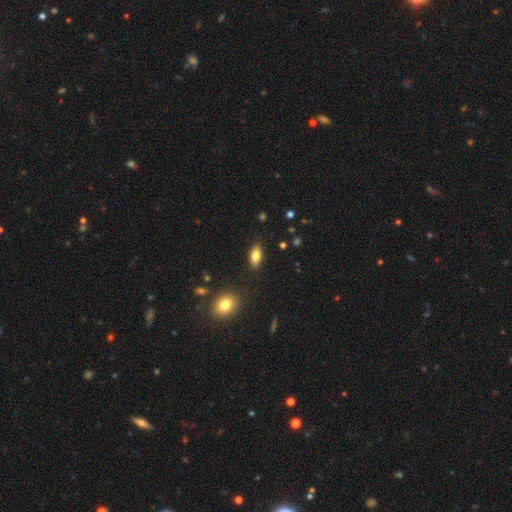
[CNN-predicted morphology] A smooth galaxy with no disk features (80%) that is in between round and cigar-shaped (87%).

Vote fractions:
- Smooth or featured? smooth: 80% / featured or disk: 12% / star or artifact: 8%
- How rounded? in between: 87% / cigar-shaped: 9% / round: 4%
- Merging? none: 87% / minor disturbance: 9% / major disturbance: 2% / merger: 2%